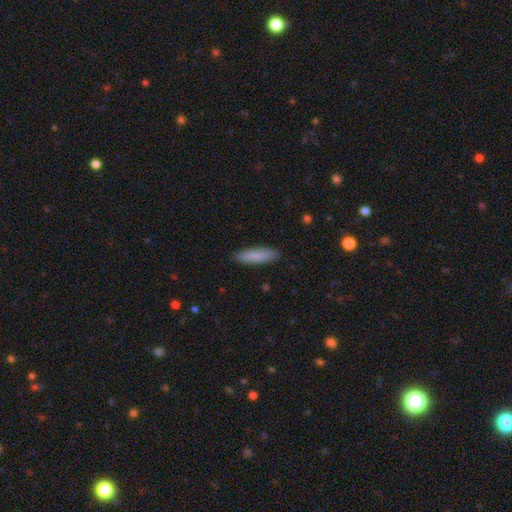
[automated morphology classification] Overall: smooth (85%). How rounded: cigar-shaped (68%; in between 30%). Merging: none (89%).